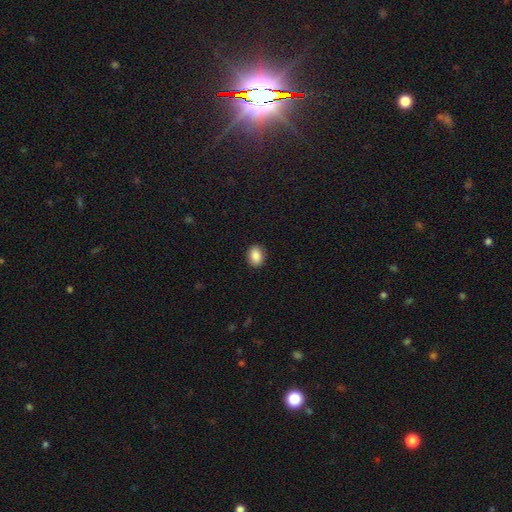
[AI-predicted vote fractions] A smooth galaxy with no disk features (89%) that is in between round and cigar-shaped (64%).

Vote fractions:
- Smooth or featured? smooth: 89% / star or artifact: 8% / featured or disk: 4%
- How rounded? in between: 64% / round: 35% / cigar-shaped: 1%
- Merging? none: 90% / minor disturbance: 7% / major disturbance: 2% / merger: 1%